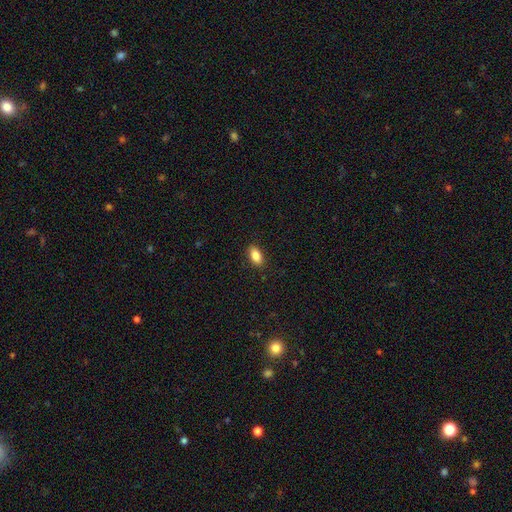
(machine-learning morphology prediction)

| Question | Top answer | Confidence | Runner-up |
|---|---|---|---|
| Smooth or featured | smooth | 87% | star or artifact (8%) |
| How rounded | in between | 91% | round (5%) |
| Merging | none | 89% | minor disturbance (8%) |